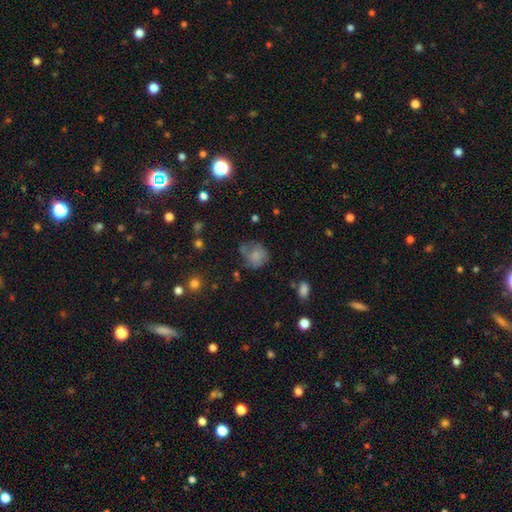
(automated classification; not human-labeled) This is likely a smooth galaxy (65%). How rounded: likely round (72%). Merging: marginally none (43%).